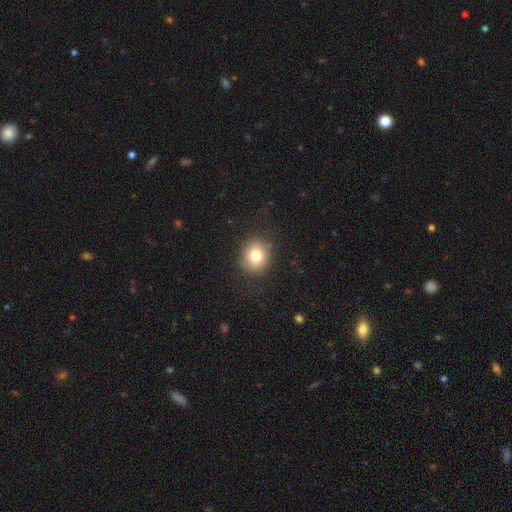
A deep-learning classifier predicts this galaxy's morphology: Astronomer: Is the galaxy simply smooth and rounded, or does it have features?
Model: smooth — 78%.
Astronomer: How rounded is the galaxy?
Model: round — 80%.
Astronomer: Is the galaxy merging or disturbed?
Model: none — 85%.